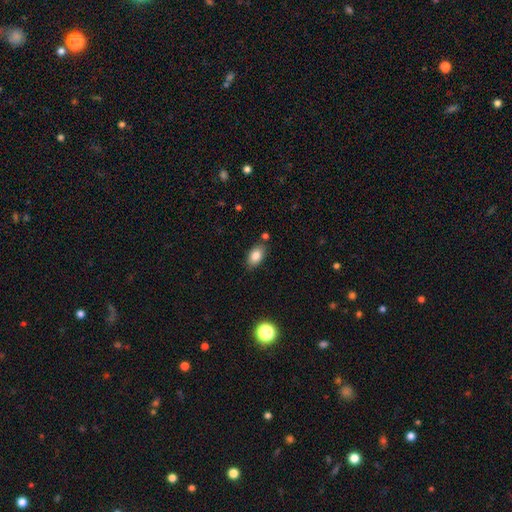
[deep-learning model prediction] Morphology: type=smooth (83%); roundness=in between (89%); merging=none (80%).